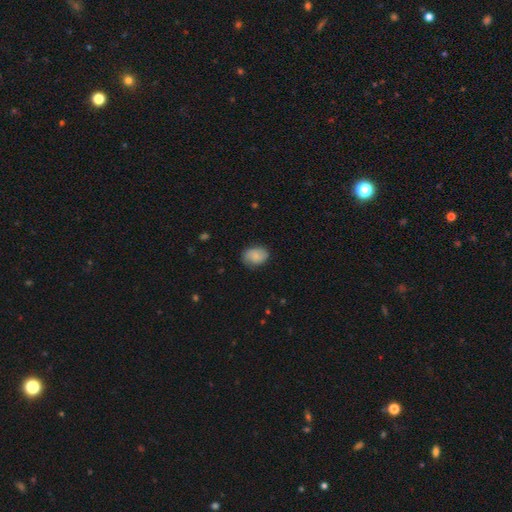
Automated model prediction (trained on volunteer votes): Q: Smooth or featured?
A: smooth (73%); runner-up: featured or disk (19%)
Q: How rounded?
A: in between (65%); runner-up: round (34%)
Q: Merging?
A: none (73%); runner-up: minor disturbance (21%)